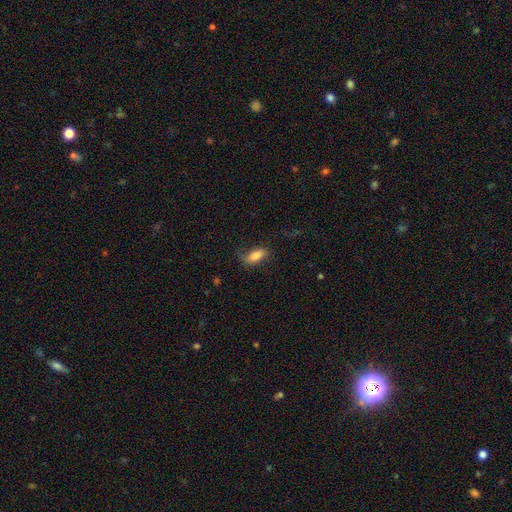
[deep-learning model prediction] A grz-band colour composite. It shows a smooth galaxy with no disk features (74%) that is in between round and cigar-shaped (79%). Merging: none (62%).